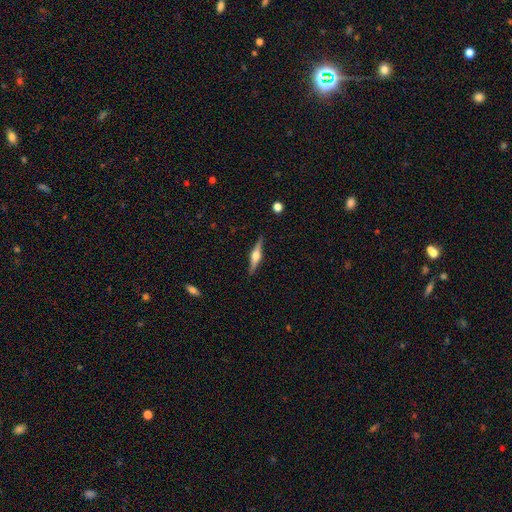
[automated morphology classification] This appears to be a featured or disk galaxy (75%) viewed edge-on (98%) with a rounded central bulge (93%). Merging: none (89%).